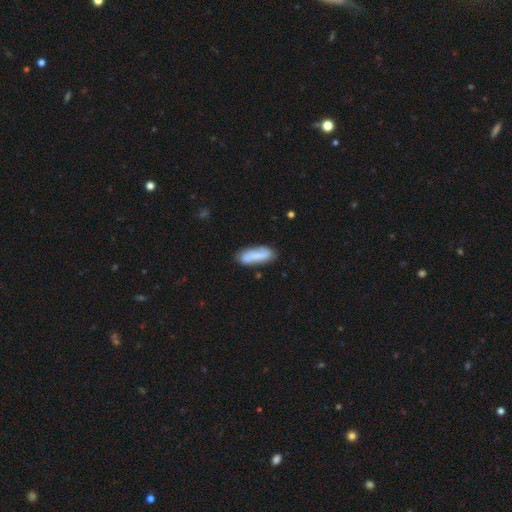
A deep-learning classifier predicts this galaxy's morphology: Smooth or featured? smooth (72%)
How rounded? in between (56%)
Merging? none (74%)